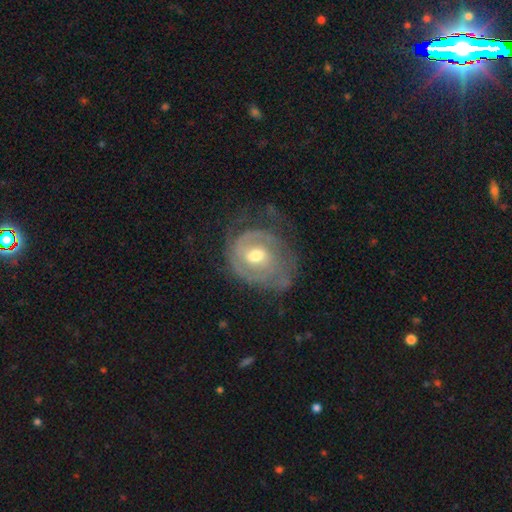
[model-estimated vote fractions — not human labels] Overall: featured or disk (77%). Edge-on disk: no (97%). Bar: weak (46%; no 44%). Spiral arms: yes (83%). Spiral arm count: can't tell (37%; 2 29%). Spiral winding: tight (62%; medium 27%). Bulge size: moderate (71%). Merging: none (51%; minor disturbance 25%).